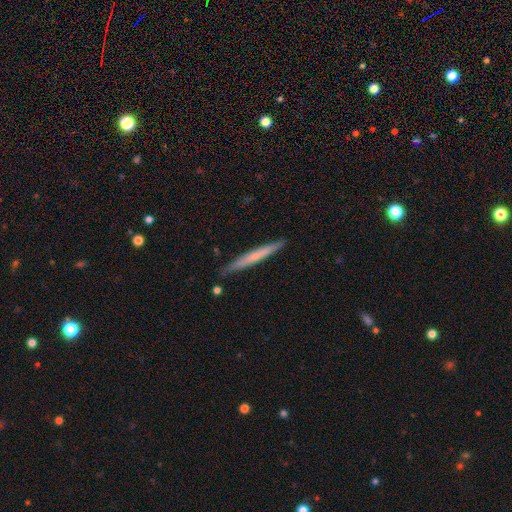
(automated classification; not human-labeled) Smooth or featured: smooth — 54% (featured or disk — 40%)
How rounded: cigar-shaped — 97% (in between — 2%)
Merging: none — 88% (minor disturbance — 9%)